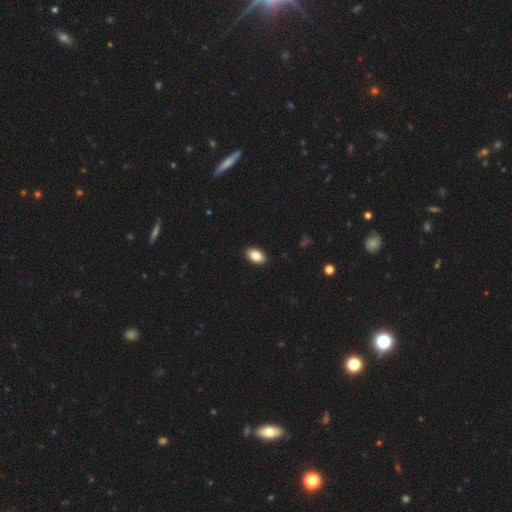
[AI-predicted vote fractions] Overall: smooth (85%). How rounded: in between (92%). Merging: none (91%).